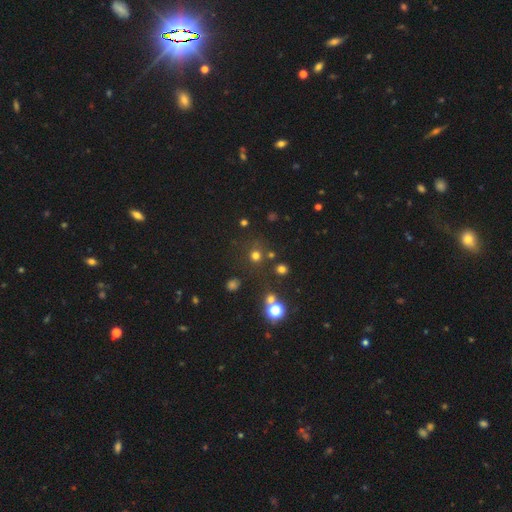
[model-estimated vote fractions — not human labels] Morphology: type=smooth (67%); roundness=round (92%); merging=none (78%).